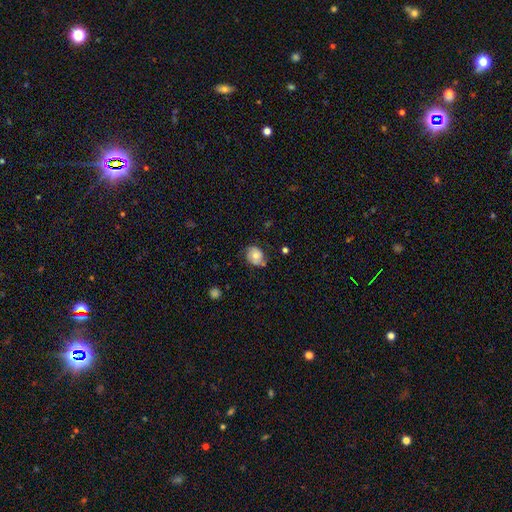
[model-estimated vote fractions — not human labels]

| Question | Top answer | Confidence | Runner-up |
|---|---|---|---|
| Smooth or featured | smooth | 60% | featured or disk (31%) |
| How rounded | round | 51% | in between (48%) |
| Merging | none | 60% | minor disturbance (28%) |